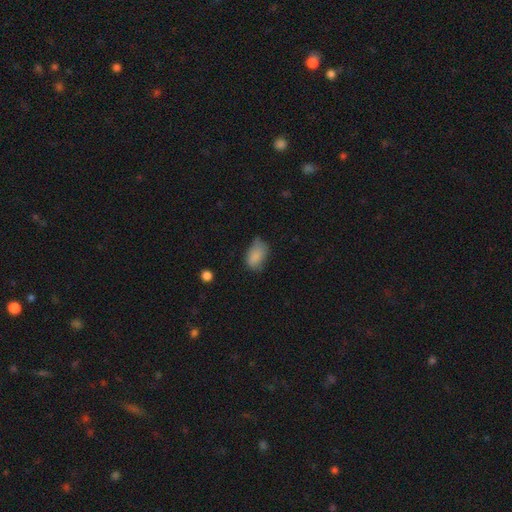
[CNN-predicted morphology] A smooth galaxy with no disk features (83%) that is in between round and cigar-shaped (90%). Merging: none (47%).